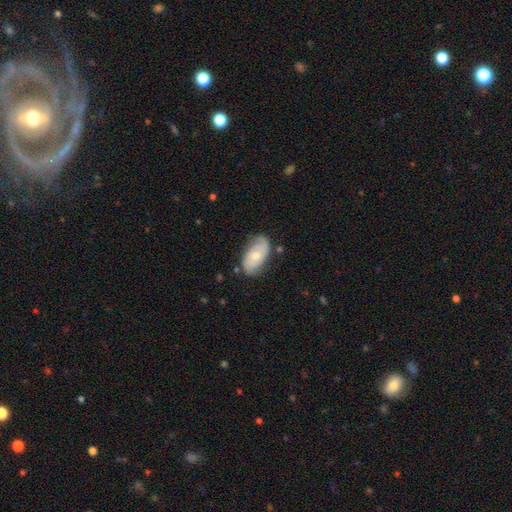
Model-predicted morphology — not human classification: Smooth or featured? featured or disk (59%)
Edge-on disk? no (94%)
Bar? no (67%)
Spiral arms? yes (83%)
Bulge size? moderate (56%)
Merging? none (70%)